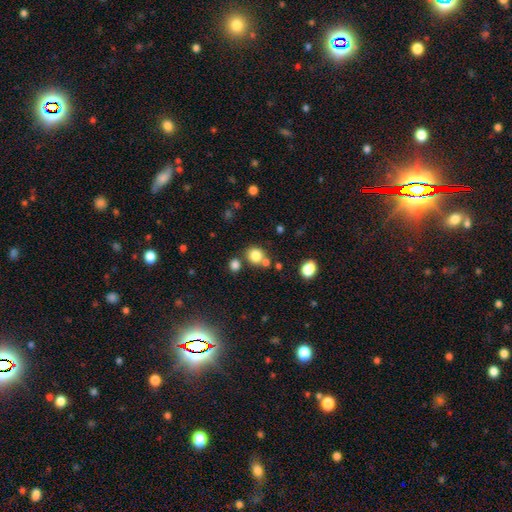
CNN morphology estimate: A smooth galaxy with no disk features (81%) that is round (82%). Merging: none (66%).